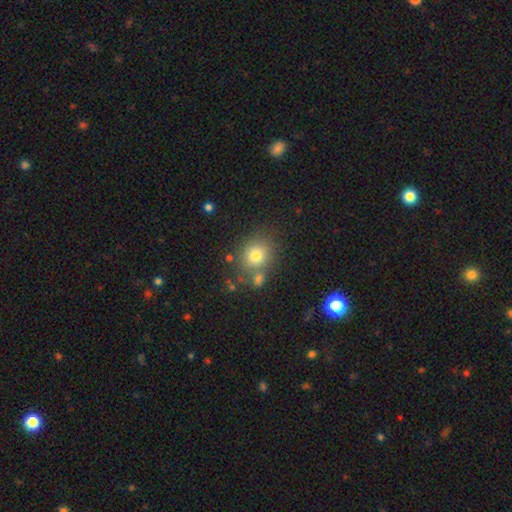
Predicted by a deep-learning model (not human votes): Smooth or featured? smooth (76%)
How rounded? round (66%)
Merging? none (66%)